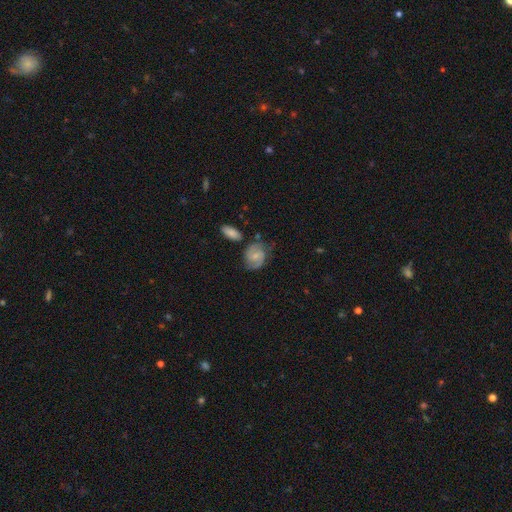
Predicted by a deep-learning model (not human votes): smooth-or-featured: featured or disk: 68% | smooth: 25% | star or artifact: 7%
  disk-edge-on: no: 97% | yes: 3%
    bar: no: 57% | weak: 36% | strong: 6%
    has-spiral-arms: yes: 93% | no: 7%
      spiral-winding: medium: 46% | tight: 37% | loose: 17%
      spiral-arm-count: 2: 83% | can't tell: 9% | 1: 3% | 3: 3% | 4: 1% | more than 4: 1%
    bulge-size: small: 59% | moderate: 31% | none: 7% | large: 2% | dominant: 1%
  merging: none: 66% | minor disturbance: 21% | major disturbance: 7% | merger: 5%